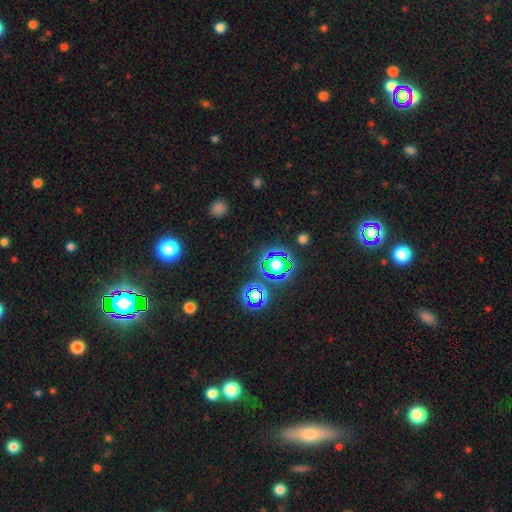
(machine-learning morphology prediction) Smooth or featured? Predicted: star or artifact (p=0.72).